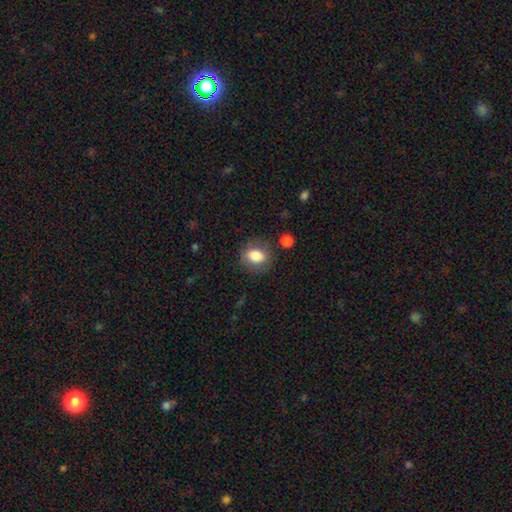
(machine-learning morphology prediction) Smooth or featured? Predicted: smooth (p=0.79). How rounded? Predicted: round (p=0.50). Merging? Predicted: none (p=0.80).